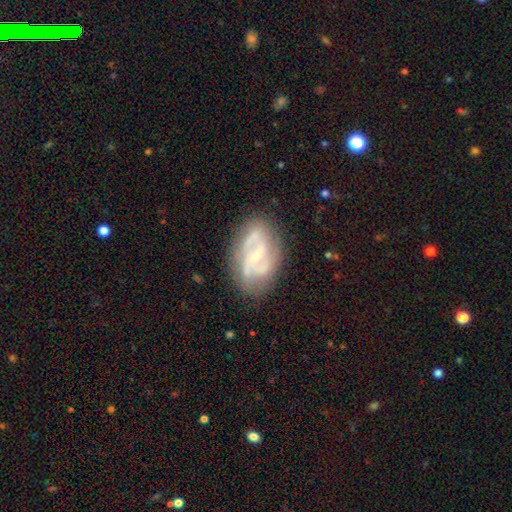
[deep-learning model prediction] smooth-or-featured: featured or disk: 81% | smooth: 13% | star or artifact: 7%
  disk-edge-on: no: 97% | yes: 3%
    bar: weak: 44% | no: 36% | strong: 20%
    has-spiral-arms: yes: 91% | no: 9%
      spiral-winding: medium: 48% | tight: 32% | loose: 21%
      spiral-arm-count: 2: 55% | 3: 18% | can't tell: 17% | 4: 4% | 1: 4% | more than 4: 3%
    bulge-size: small: 70% | moderate: 20% | none: 8% | large: 1% | dominant: 1%
  merging: none: 73% | minor disturbance: 18% | major disturbance: 8% | merger: 2%